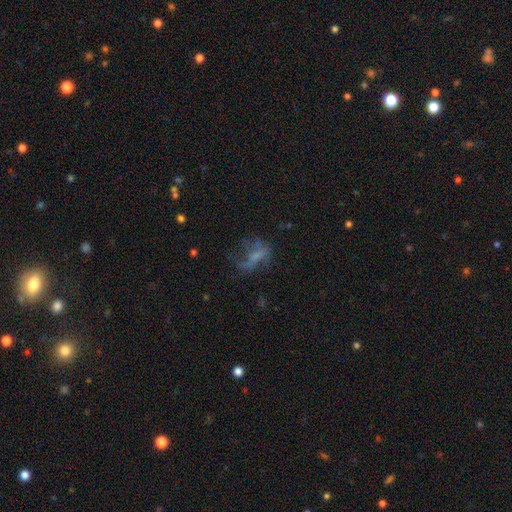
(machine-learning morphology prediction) Smooth or featured? Predicted: featured or disk (p=0.46). Merging? Predicted: major disturbance (p=0.40).